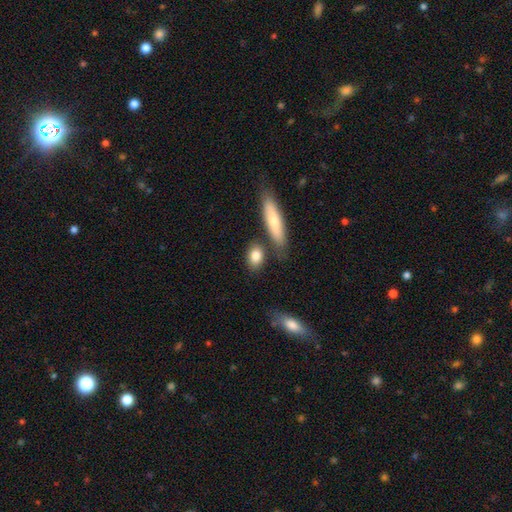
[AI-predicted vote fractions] A smooth galaxy with no disk features (83%) that is in between round and cigar-shaped (68%). Merging: none (71%).